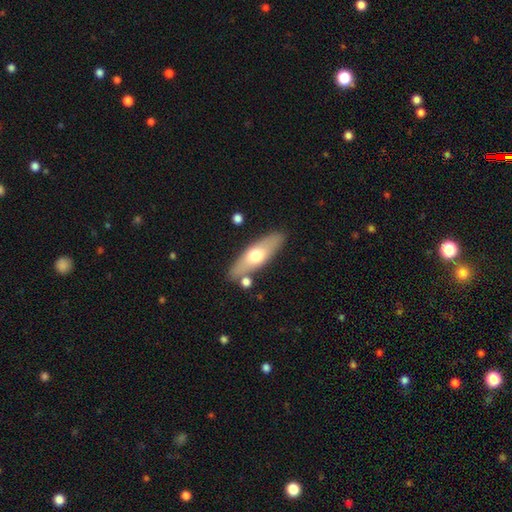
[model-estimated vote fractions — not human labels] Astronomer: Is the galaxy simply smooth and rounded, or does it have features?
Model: smooth — 55% (runner-up: featured or disk, 39%).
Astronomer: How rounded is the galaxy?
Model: cigar-shaped — 50% (runner-up: in between, 47%).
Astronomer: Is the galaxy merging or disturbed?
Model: none — 81%.